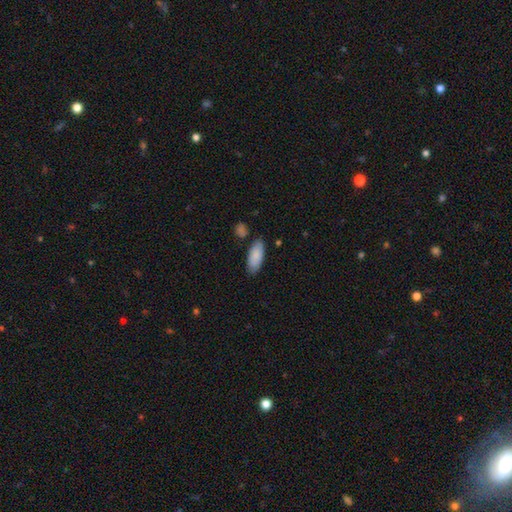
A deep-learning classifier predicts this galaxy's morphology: smooth-or-featured: smooth: 86% | featured or disk: 8% | star or artifact: 6%
  how-rounded: in between: 83% | cigar-shaped: 15% | round: 2%
  merging: none: 79% | minor disturbance: 14% | merger: 4% | major disturbance: 3%